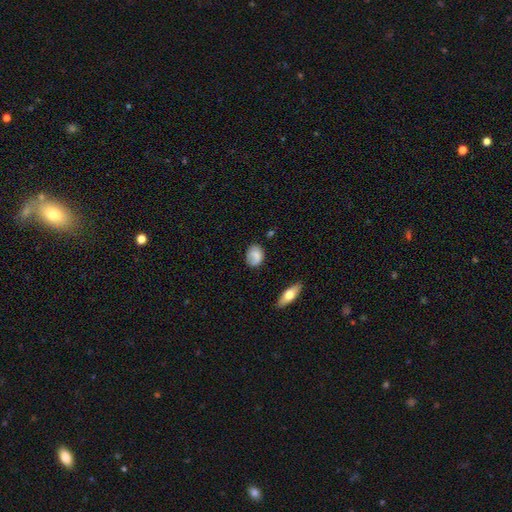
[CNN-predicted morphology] smooth 77%, featured or disk 15%, star or artifact 8%. Down the decision tree: how rounded — in between (56%); merging — none (71%).